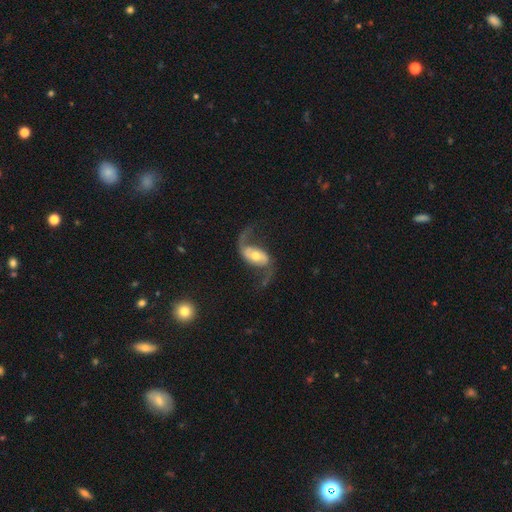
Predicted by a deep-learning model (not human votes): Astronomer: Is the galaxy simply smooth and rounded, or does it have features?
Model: featured or disk — 88%.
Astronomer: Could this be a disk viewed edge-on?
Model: no — 97%.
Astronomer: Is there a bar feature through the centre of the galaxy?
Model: no — 42% (runner-up: weak, 33%).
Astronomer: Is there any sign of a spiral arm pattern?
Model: yes — 96%.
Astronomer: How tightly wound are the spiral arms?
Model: loose — 79%.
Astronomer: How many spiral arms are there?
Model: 2 — 93%.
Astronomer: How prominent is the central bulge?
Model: moderate — 62%.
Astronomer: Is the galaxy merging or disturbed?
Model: none — 70%.